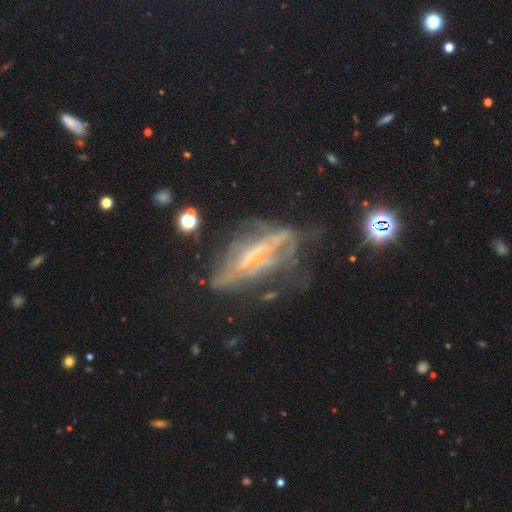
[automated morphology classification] Smooth or featured? featured or disk (70%)
Edge-on disk? no (51%)
Merging? none (43%)